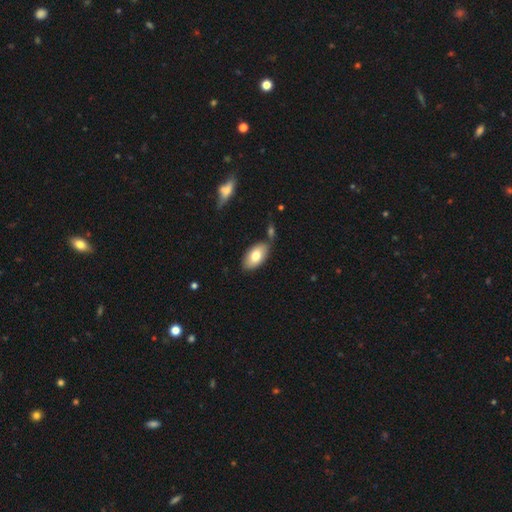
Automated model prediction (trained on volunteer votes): A smooth galaxy with no disk features (76%) that is in between round and cigar-shaped (94%).

Vote fractions:
- Smooth or featured? smooth: 76% / featured or disk: 17% / star or artifact: 6%
- How rounded? in between: 94% / round: 3% / cigar-shaped: 3%
- Merging? none: 72% / minor disturbance: 15% / merger: 11% / major disturbance: 3%